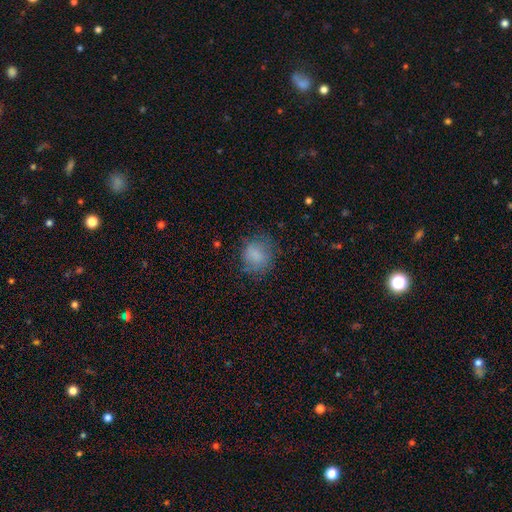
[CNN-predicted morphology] A smooth galaxy with no disk features (77%) that is round (75%). Merging: none (65%).